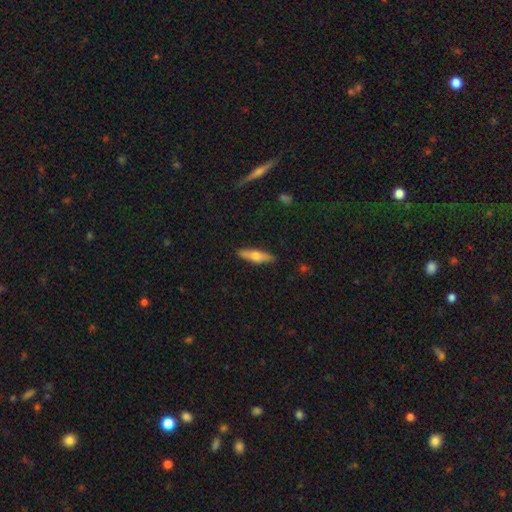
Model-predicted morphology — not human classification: A smooth galaxy with no disk features (57%) that is cigar-shaped (69%).

Vote fractions:
- Smooth or featured? smooth: 57% / featured or disk: 37% / star or artifact: 6%
- How rounded? cigar-shaped: 69% / in between: 29% / round: 2%
- Merging? none: 88% / minor disturbance: 9% / major disturbance: 2% / merger: 1%